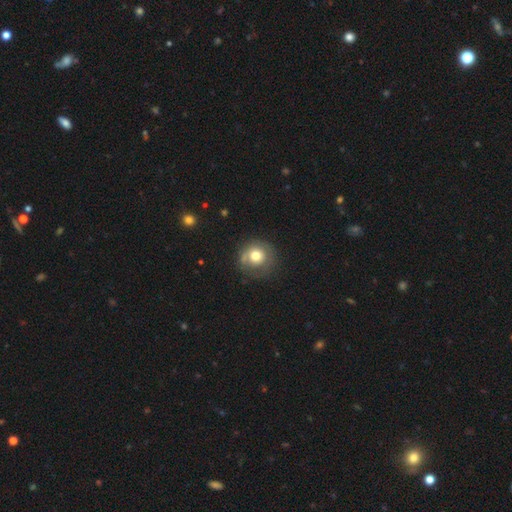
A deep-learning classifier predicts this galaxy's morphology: smooth 67%, featured or disk 23%, star or artifact 9%. Down the decision tree: how rounded — round (90%); merging — none (67%).